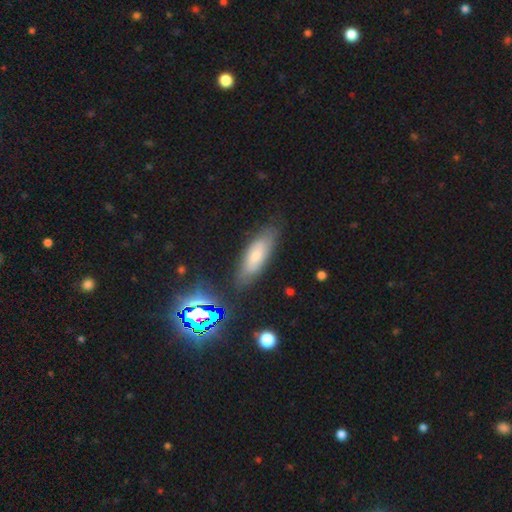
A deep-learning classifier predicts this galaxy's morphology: smooth_or_featured: smooth (p=0.65) [alt: featured or disk p=0.24]
how_rounded: in between (p=0.62) [alt: cigar-shaped p=0.36]
merging: none (p=0.80) [alt: minor disturbance p=0.14]